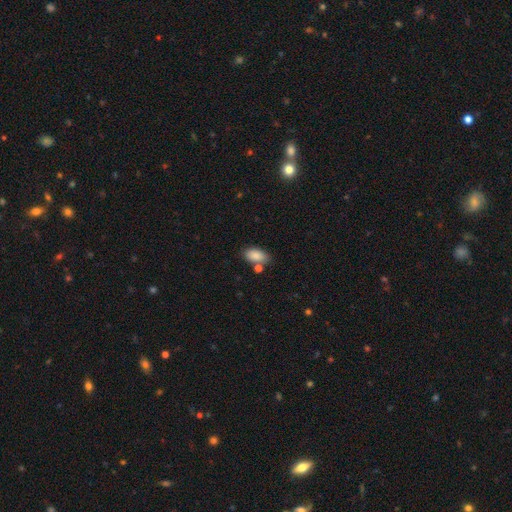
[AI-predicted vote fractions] Smooth or featured? Predicted: smooth (p=0.86). How rounded? Predicted: in between (p=0.92). Merging? Predicted: none (p=0.68).